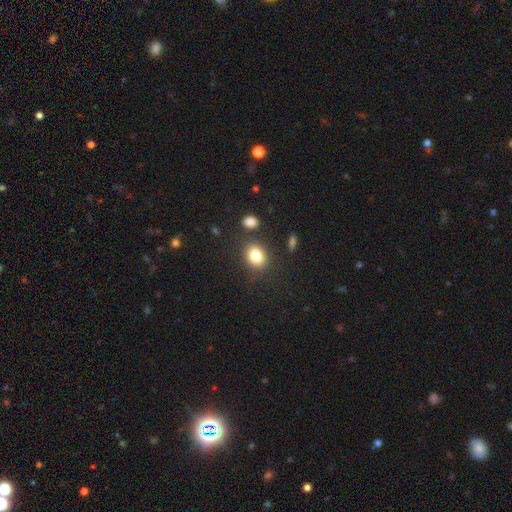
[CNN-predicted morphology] A smooth galaxy with no disk features (83%) that is round (50%).

Vote fractions:
- Smooth or featured? smooth: 83% / star or artifact: 10% / featured or disk: 7%
- How rounded? round: 50% / in between: 49% / cigar-shaped: 1%
- Merging? none: 79% / minor disturbance: 11% / merger: 6% / major disturbance: 4%